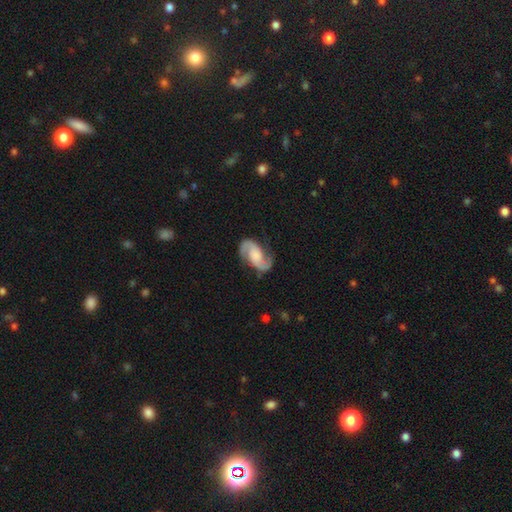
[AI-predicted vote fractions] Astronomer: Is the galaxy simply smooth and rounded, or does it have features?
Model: featured or disk — 88%.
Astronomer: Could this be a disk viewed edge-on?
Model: no — 98%.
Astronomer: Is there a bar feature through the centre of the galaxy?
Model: no — 55% (runner-up: weak, 33%).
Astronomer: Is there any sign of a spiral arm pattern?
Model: yes — 97%.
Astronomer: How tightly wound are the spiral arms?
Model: medium — 51% (runner-up: loose, 30%).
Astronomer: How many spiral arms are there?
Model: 2 — 94%.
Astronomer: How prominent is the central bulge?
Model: none — 32% (runner-up: moderate, 25%).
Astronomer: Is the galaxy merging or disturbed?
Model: none — 79%.